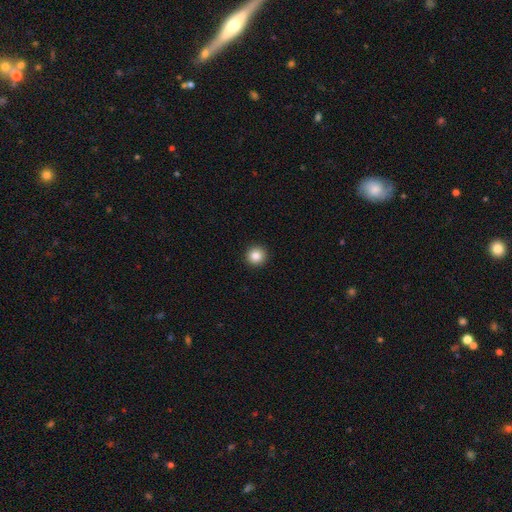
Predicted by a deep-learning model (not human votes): smooth_or_featured: smooth (p=0.85) [alt: star or artifact p=0.10]
how_rounded: round (p=0.95) [alt: in between p=0.04]
merging: none (p=0.94) [alt: minor disturbance p=0.04]